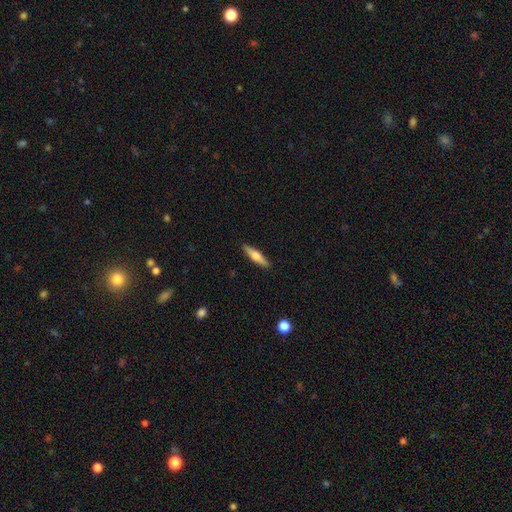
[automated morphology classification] A smooth galaxy with no disk features (59%) that is cigar-shaped (74%). Merging: none (90%).